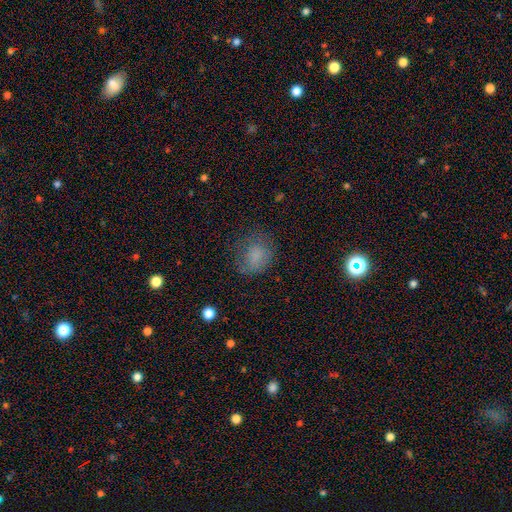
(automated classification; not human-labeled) This appears to be a smooth galaxy with no disk features (74%) that is round (57%). Merging: none (62%).